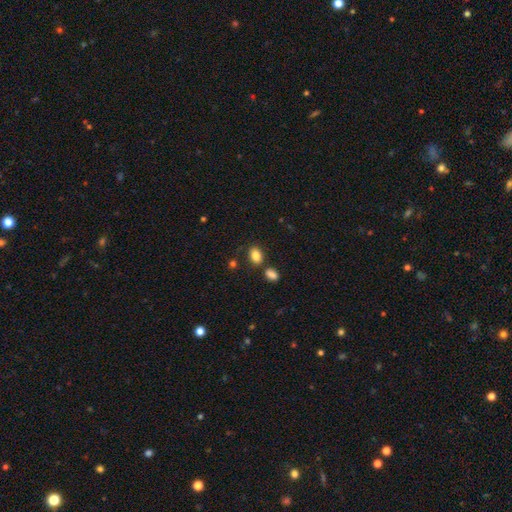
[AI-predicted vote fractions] Smooth or featured? Predicted: smooth (p=0.86). How rounded? Predicted: in between (p=0.79). Merging? Predicted: none (p=0.70).